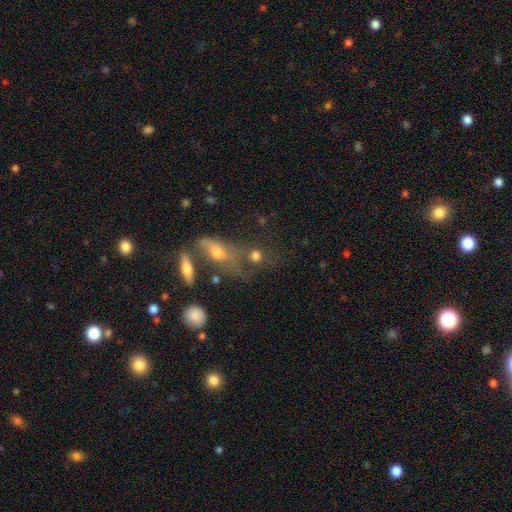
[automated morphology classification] Smooth or featured? Predicted: smooth (p=0.68). How rounded? Predicted: round (p=0.65). Merging? Predicted: none (p=0.43).